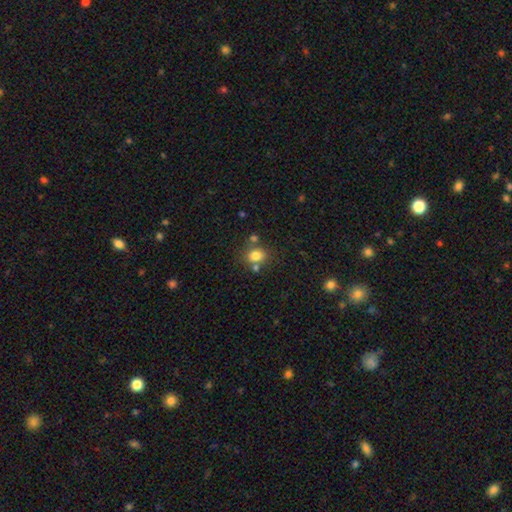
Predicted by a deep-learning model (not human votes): The model was most divided on "how rounded": round: 60%, in between: 39%, cigar-shaped: 1%. More confident: smooth or featured — smooth (78%); merging — none (64%).